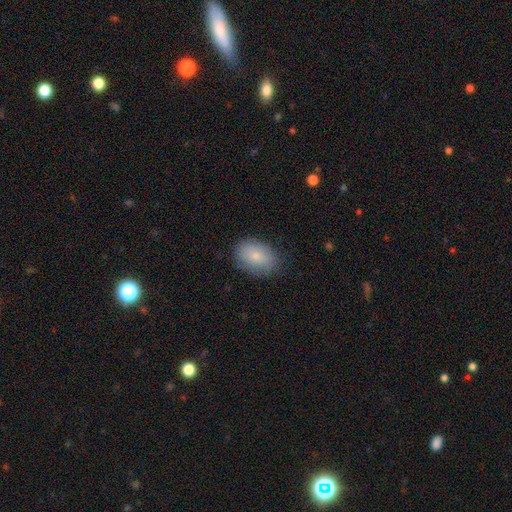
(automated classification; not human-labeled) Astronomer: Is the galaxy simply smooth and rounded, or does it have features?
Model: smooth — 79%.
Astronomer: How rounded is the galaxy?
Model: in between — 80%.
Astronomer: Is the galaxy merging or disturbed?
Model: none — 78%.